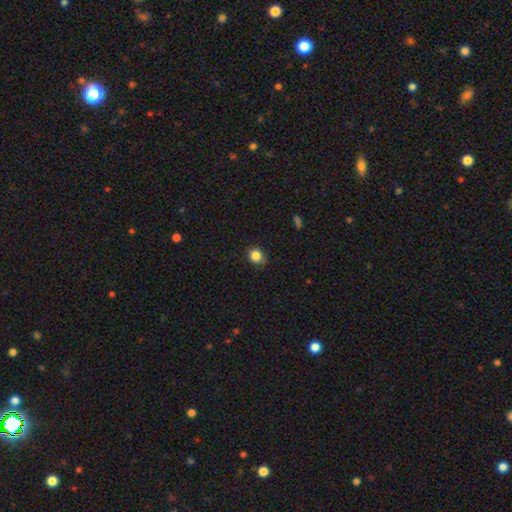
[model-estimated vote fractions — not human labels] This appears to be a smooth galaxy with no disk features (84%) that is round (80%). Merging: none (73%).